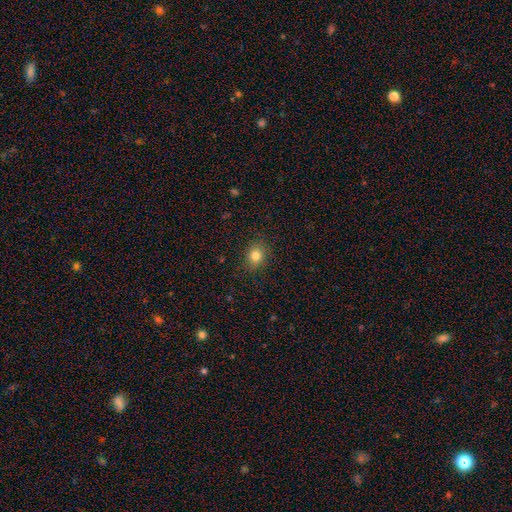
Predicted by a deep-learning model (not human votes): Smooth or featured: smooth — 82% (star or artifact — 11%)
How rounded: round — 53% (in between — 46%)
Merging: none — 87% (minor disturbance — 10%)